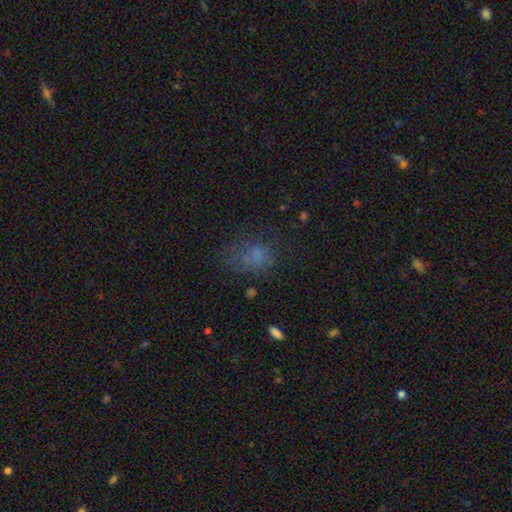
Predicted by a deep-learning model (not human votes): smooth 62%, star or artifact 21%, featured or disk 18%. Down the decision tree: how rounded — in between (66%); merging — none (43%).